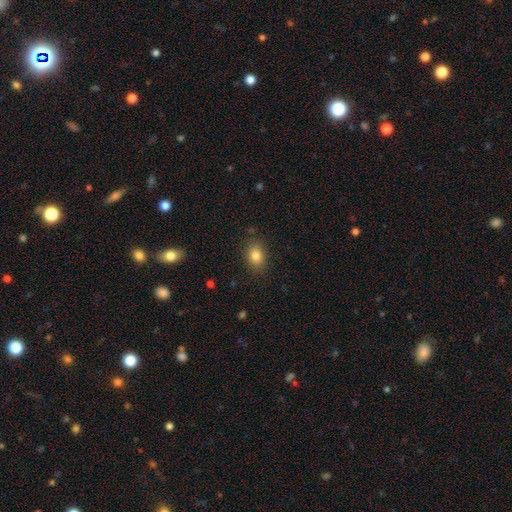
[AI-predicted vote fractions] A smooth galaxy with no disk features (83%) that is in between round and cigar-shaped (73%). Merging: none (85%).